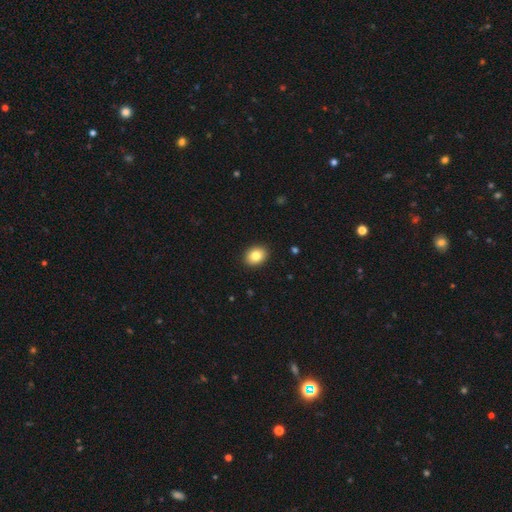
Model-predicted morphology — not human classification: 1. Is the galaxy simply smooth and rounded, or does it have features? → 83% smooth, 9% star or artifact, 8% featured or disk.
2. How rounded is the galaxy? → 62% in between, 37% round, 1% cigar-shaped.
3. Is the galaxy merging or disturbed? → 91% none, 7% minor disturbance, 2% major disturbance, 1% merger.